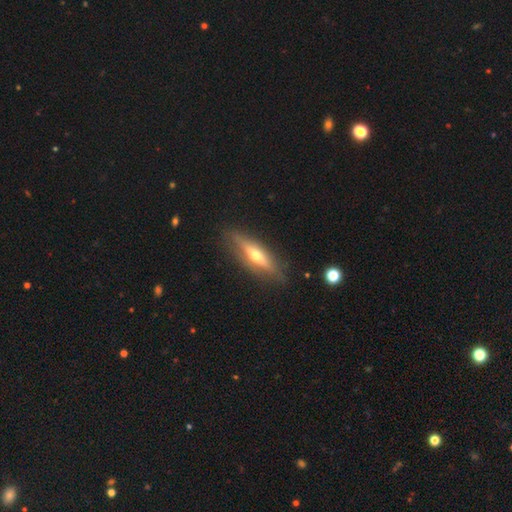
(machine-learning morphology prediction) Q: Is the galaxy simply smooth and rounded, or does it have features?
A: featured or disk — 62%.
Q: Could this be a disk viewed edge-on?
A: yes — 91%.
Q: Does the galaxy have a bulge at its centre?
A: rounded — 90%.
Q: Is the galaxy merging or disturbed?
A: none — 84%.